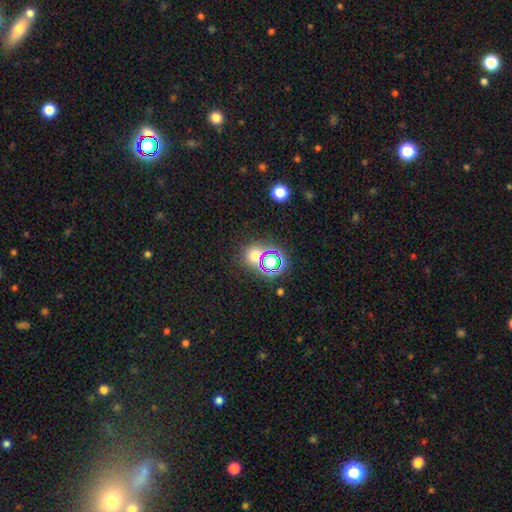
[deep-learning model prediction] This appears to be a smooth galaxy with no disk features (49%). Merging: none (73%).